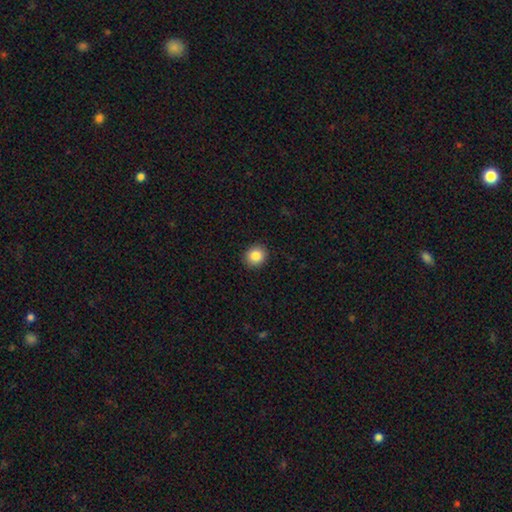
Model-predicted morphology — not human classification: smooth 86%, star or artifact 9%, featured or disk 5%. Down the decision tree: how rounded — round (84%); merging — none (91%).